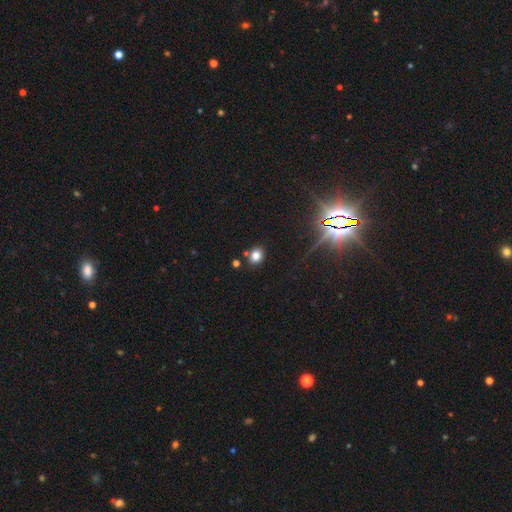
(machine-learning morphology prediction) type=smooth (77%); roundness=round (57%); merging=none (78%).